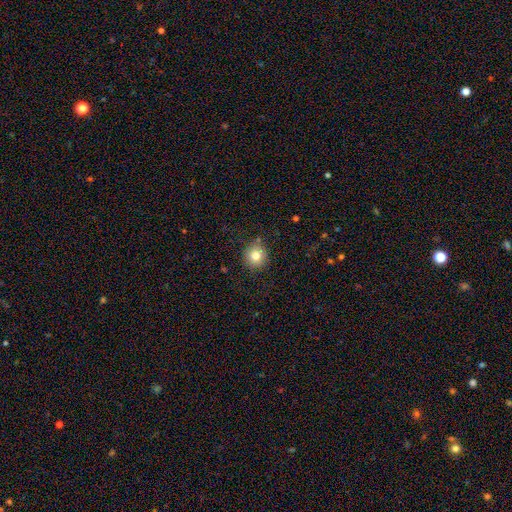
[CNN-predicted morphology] Smooth or featured? smooth (79%)
How rounded? round (93%)
Merging? none (87%)